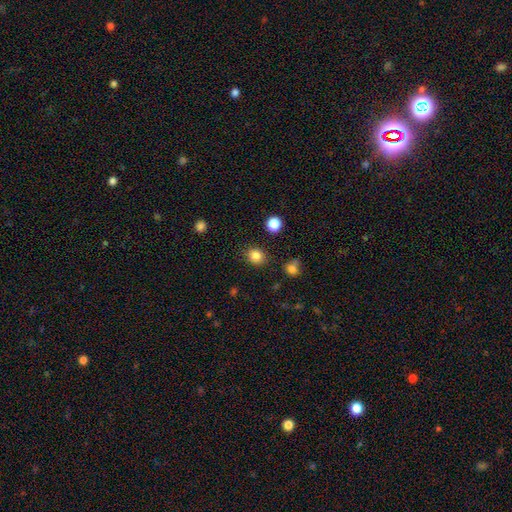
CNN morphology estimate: Overall: smooth (84%). How rounded: round (78%). Merging: none (88%).